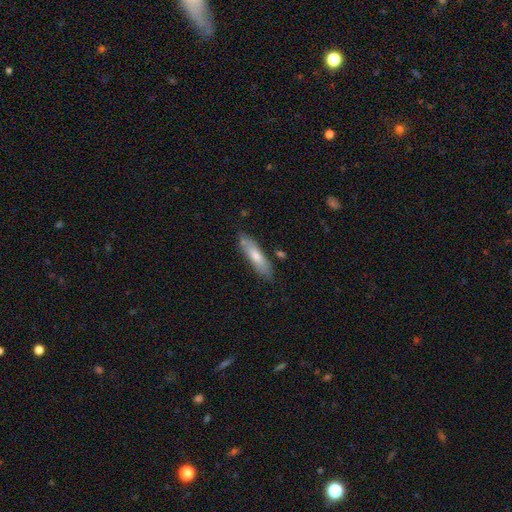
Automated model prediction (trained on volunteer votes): Smooth or featured? Predicted: smooth (p=0.63). How rounded? Predicted: cigar-shaped (p=0.71). Merging? Predicted: none (p=0.79).